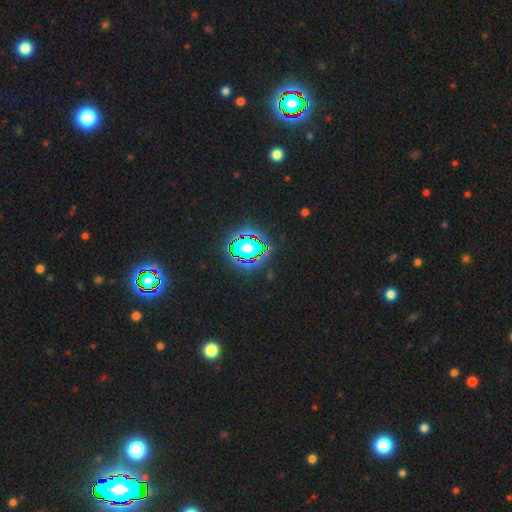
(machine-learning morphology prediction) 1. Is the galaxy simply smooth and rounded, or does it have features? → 82% star or artifact, 11% smooth, 7% featured or disk.